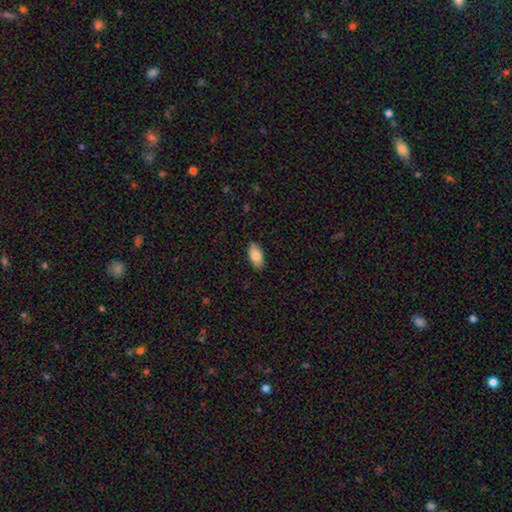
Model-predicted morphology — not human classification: A smooth galaxy with no disk features (85%) that is in between round and cigar-shaped (94%).

Vote fractions:
- Smooth or featured? smooth: 85% / featured or disk: 9% / star or artifact: 6%
- How rounded? in between: 94% / cigar-shaped: 4% / round: 2%
- Merging? none: 88% / minor disturbance: 9% / major disturbance: 2% / merger: 1%